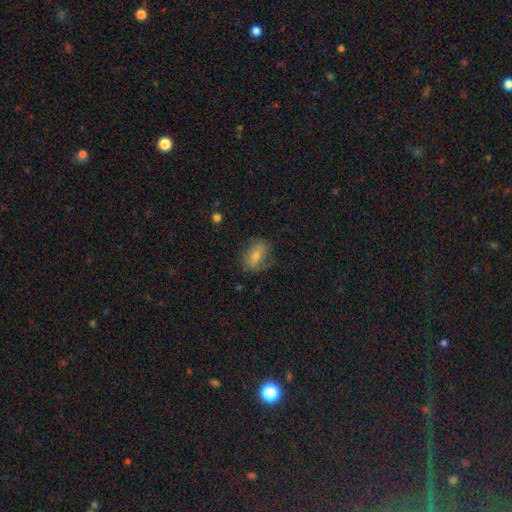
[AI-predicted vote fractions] A smooth galaxy with no disk features (64%) that is in between round and cigar-shaped (80%). Merging: none (67%).